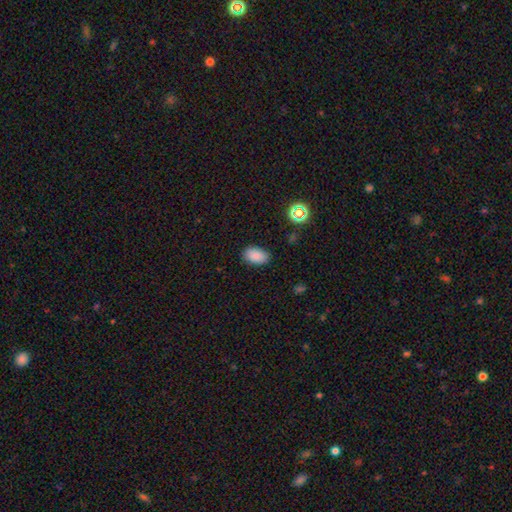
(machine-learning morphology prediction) smooth-or-featured: smooth: 85% | star or artifact: 10% | featured or disk: 5%
  how-rounded: in between: 90% | round: 8% | cigar-shaped: 1%
  merging: none: 85% | minor disturbance: 11% | major disturbance: 3% | merger: 1%